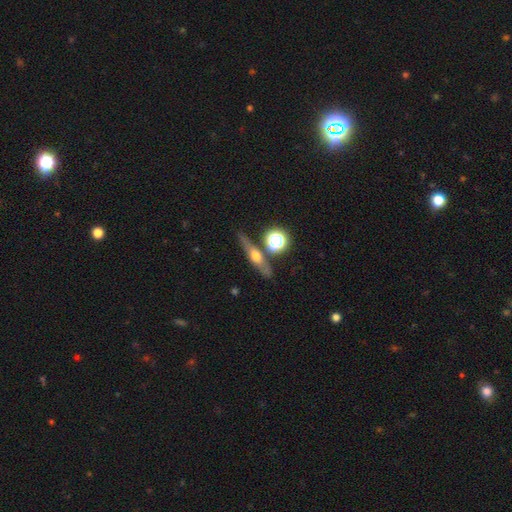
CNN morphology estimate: smooth-or-featured: featured or disk: 58% | smooth: 30% | star or artifact: 13%
  disk-edge-on: yes: 90% | no: 10%
    edge-on-bulge: rounded: 90% | boxy: 5% | none: 5%
  merging: none: 79% | minor disturbance: 10% | merger: 8% | major disturbance: 3%